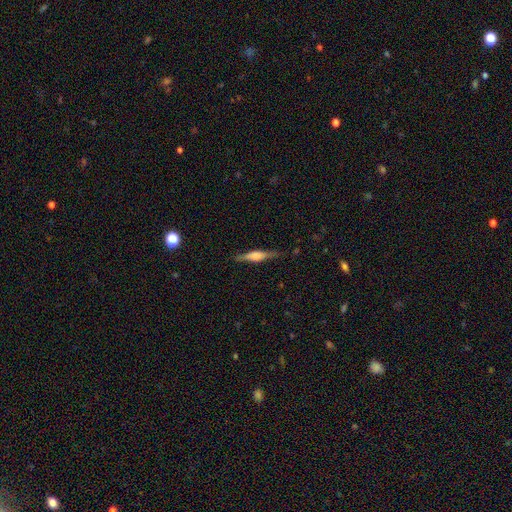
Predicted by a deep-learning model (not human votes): A featured or disk galaxy (65%) viewed edge-on (97%) with a rounded central bulge (62%). Merging: none (85%).